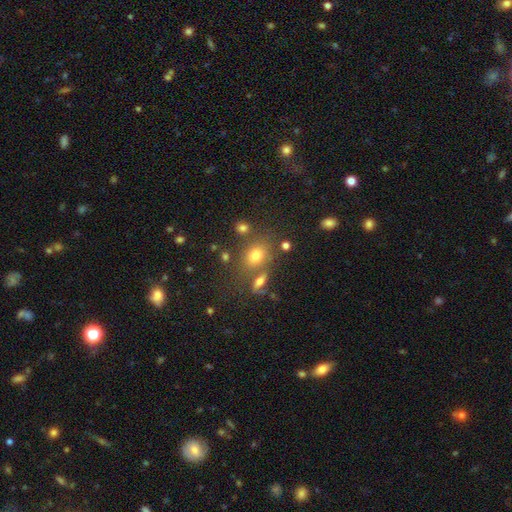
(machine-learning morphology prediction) Smooth or featured? smooth (71%)
How rounded? in between (53%)
Merging? none (62%)